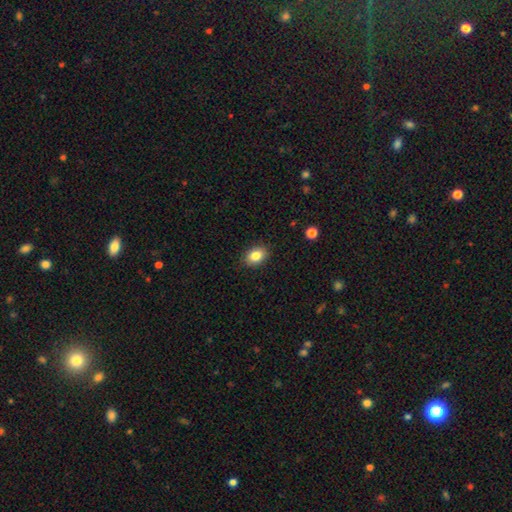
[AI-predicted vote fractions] smooth_or_featured: smooth (p=0.85) [alt: star or artifact p=0.09]
how_rounded: in between (p=0.77) [alt: round p=0.22]
merging: none (p=0.87) [alt: minor disturbance p=0.09]